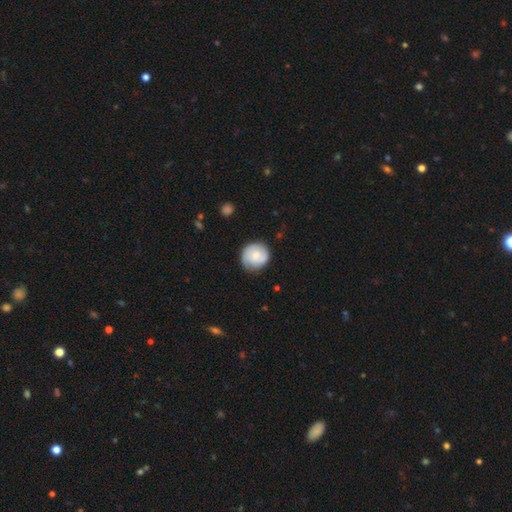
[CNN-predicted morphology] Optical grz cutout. It shows a smooth galaxy with no disk features (54%) that is round (88%). Merging: none (77%).